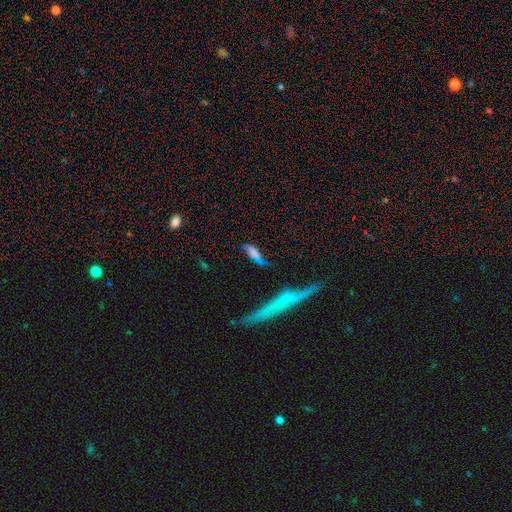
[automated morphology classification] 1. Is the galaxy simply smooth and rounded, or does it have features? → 58% smooth, 32% featured or disk, 10% star or artifact.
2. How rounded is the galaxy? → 54% in between, 43% cigar-shaped, 4% round.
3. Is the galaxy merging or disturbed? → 39% none, 25% minor disturbance, 20% major disturbance, 15% merger.